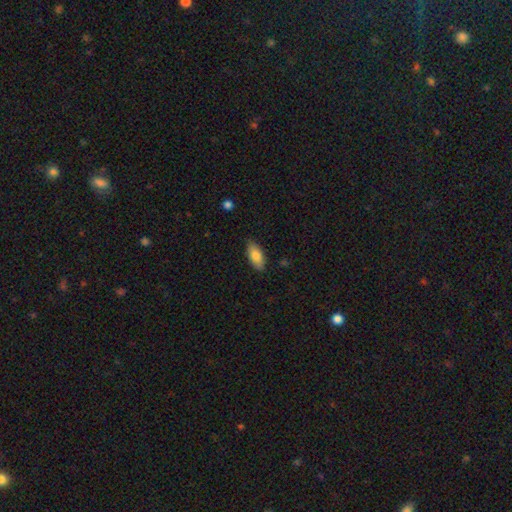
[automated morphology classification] The model was most divided on "smooth or featured": smooth: 81%, featured or disk: 13%, star or artifact: 6%. More confident: how rounded — in between (88%); merging — none (84%).